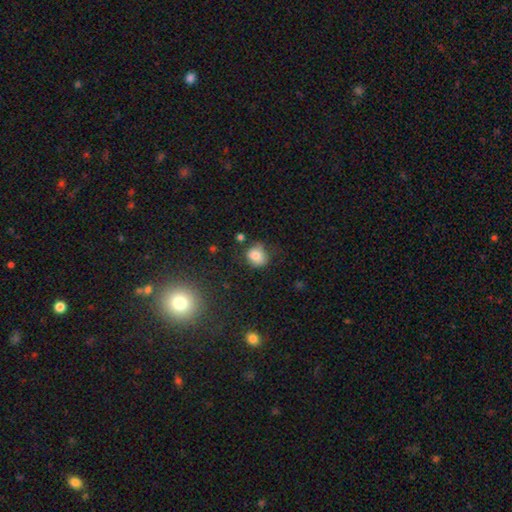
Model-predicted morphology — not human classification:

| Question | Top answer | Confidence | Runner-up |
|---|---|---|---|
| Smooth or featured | smooth | 78% | star or artifact (12%) |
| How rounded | round | 66% | in between (33%) |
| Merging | none | 59% | minor disturbance (28%) |